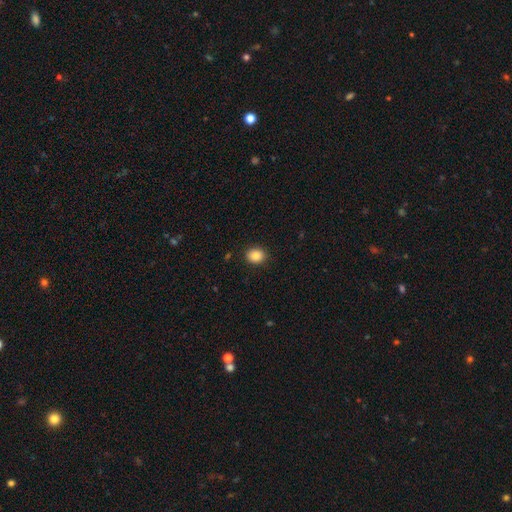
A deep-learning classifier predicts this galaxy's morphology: Smooth or featured?
  - smooth: 87% *
  - star or artifact: 9%
  - featured or disk: 4%
How rounded?
  - round: 57% *
  - in between: 42%
  - cigar-shaped: 1%
Merging?
  - none: 89% *
  - minor disturbance: 8%
  - major disturbance: 2%
  - merger: 1%